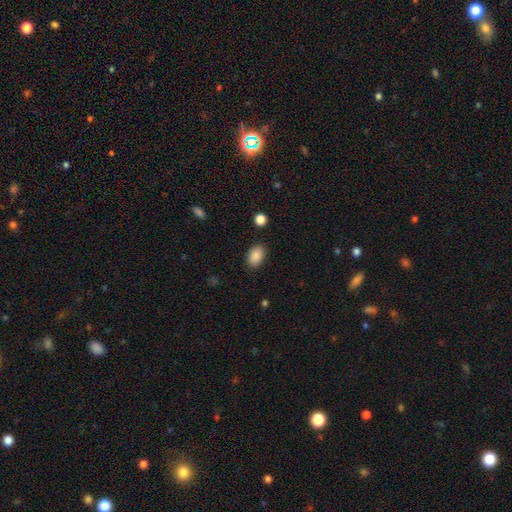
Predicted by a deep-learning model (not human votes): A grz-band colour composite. It shows a smooth galaxy with no disk features (89%) that is in between round and cigar-shaped (87%). Merging: none (86%).